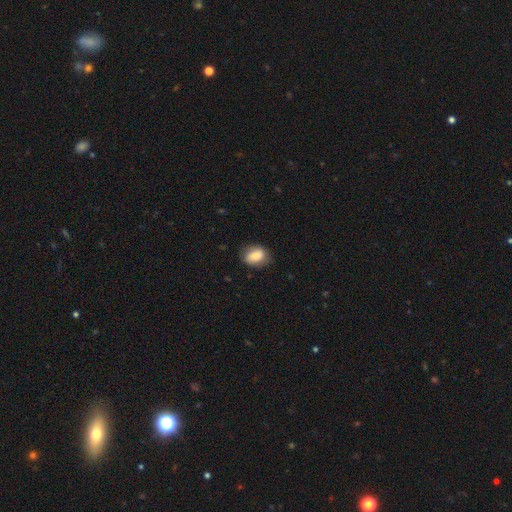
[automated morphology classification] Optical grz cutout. It shows a smooth galaxy with no disk features (74%) that is in between round and cigar-shaped (70%). Merging: none (79%).